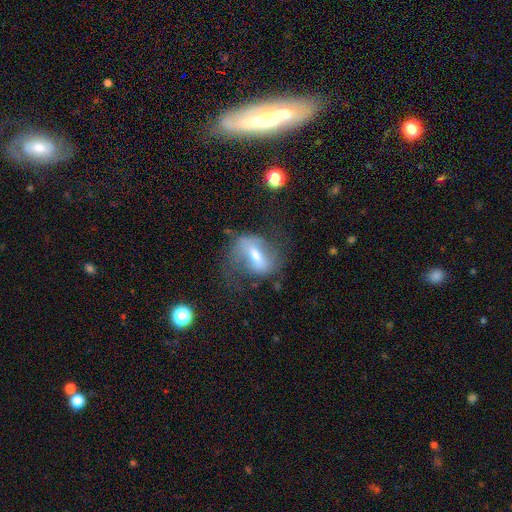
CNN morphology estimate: A featured or disk galaxy (64%) with a strong bar (46%), spiral arms (71%) and a moderate central bulge (54%). Merging: none (46%).